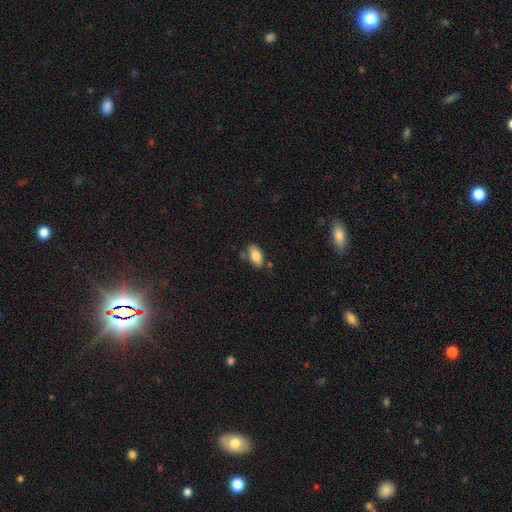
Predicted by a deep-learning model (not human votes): This appears to be a smooth galaxy with no disk features (82%) that is in between round and cigar-shaped (92%). Merging: none (70%).